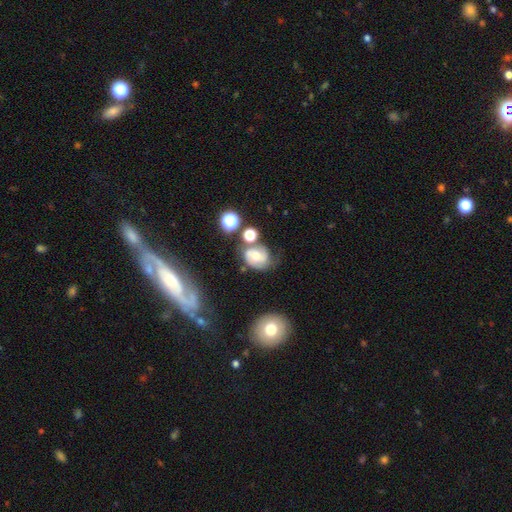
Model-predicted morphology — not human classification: type=featured or disk (59%); edge-on=no (97%); bar=no (62%); spiral arms=yes (85%); bulge=moderate (60%); merging=none (49%).